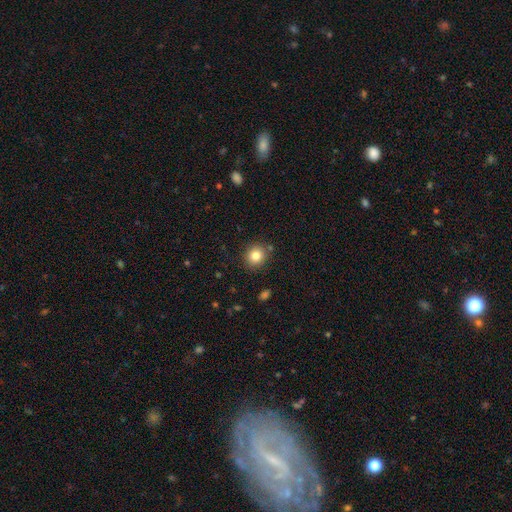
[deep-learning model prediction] Morphology: type=smooth (82%); roundness=round (86%); merging=none (85%).